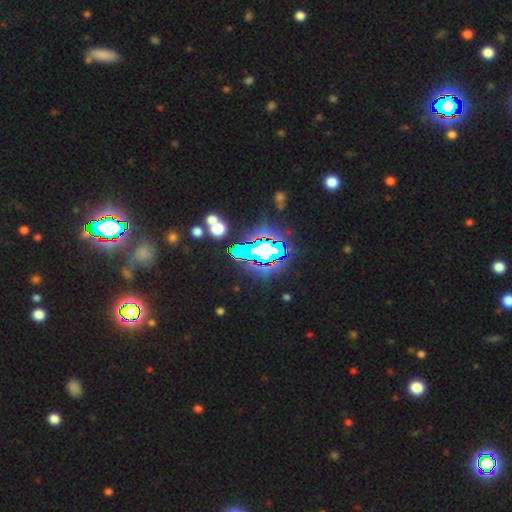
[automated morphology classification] Q: Smooth or featured?
A: star or artifact (70%); runner-up: smooth (15%)